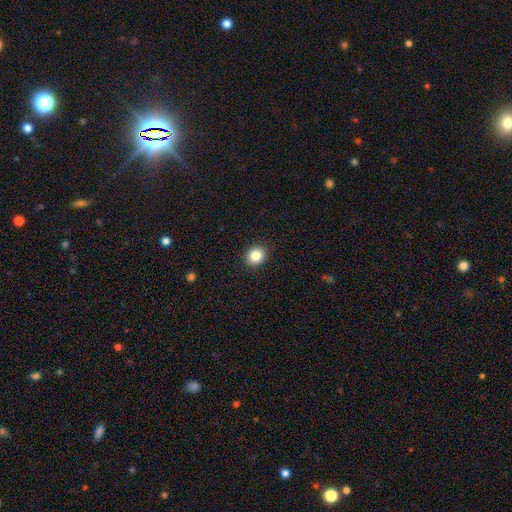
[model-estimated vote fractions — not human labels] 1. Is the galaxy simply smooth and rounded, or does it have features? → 84% smooth, 10% star or artifact, 6% featured or disk.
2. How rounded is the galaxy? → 71% round, 28% in between, 1% cigar-shaped.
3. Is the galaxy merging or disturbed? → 91% none, 6% minor disturbance, 2% major disturbance, 1% merger.